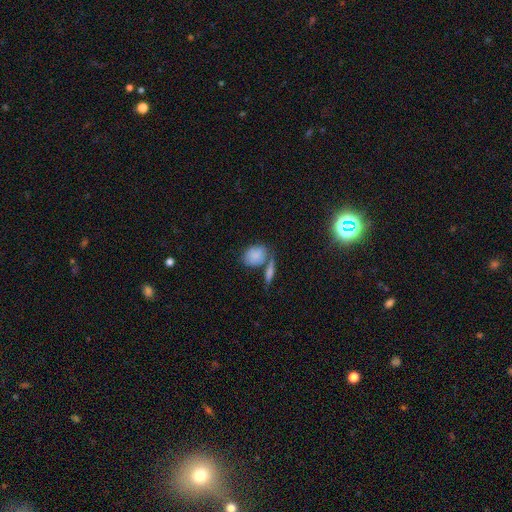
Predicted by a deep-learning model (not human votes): smooth-or-featured: smooth: 82% | featured or disk: 10% | star or artifact: 7%
  how-rounded: in between: 71% | round: 26% | cigar-shaped: 3%
  merging: none: 49% | merger: 29% | minor disturbance: 16% | major disturbance: 6%